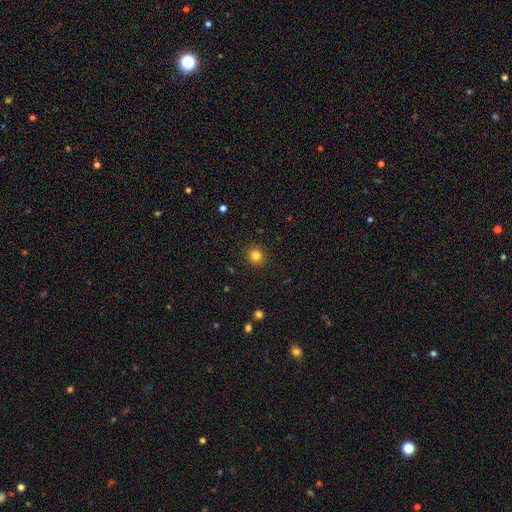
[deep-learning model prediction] A smooth galaxy with no disk features (83%) that is round (87%). Merging: none (91%).